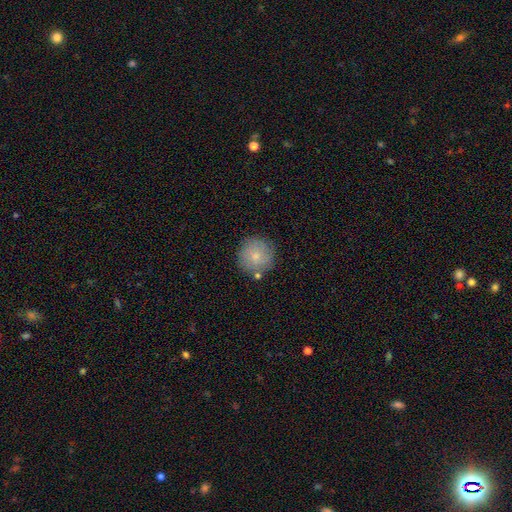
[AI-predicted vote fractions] This is likely a smooth galaxy (75%). How rounded: clearly round (95%). Merging: likely none (79%).